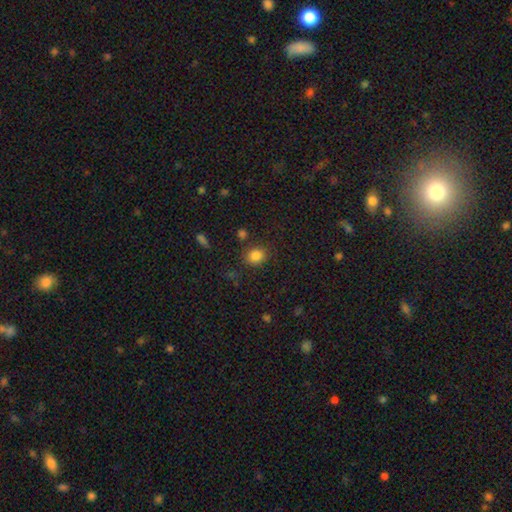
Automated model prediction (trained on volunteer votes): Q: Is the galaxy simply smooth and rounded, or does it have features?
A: smooth — 84%.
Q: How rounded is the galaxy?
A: round — 65%.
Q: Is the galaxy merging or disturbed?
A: none — 80%.